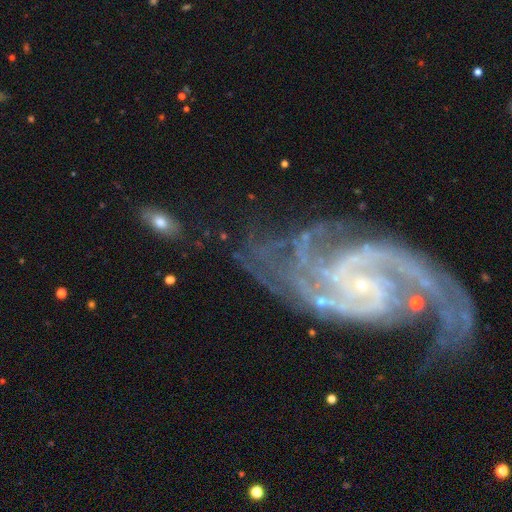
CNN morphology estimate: smooth-or-featured: featured or disk: 92% | star or artifact: 5% | smooth: 3%
  disk-edge-on: no: 98% | yes: 2%
    bar: no: 57% | weak: 31% | strong: 12%
    has-spiral-arms: yes: 98% | no: 2%
      spiral-winding: medium: 47% | tight: 38% | loose: 14%
      spiral-arm-count: 2: 41% | 3: 17% | can't tell: 14% | 4: 11% | more than 4: 9% | 1: 8%
    bulge-size: small: 87% | moderate: 7% | none: 3% | large: 1% | dominant: 1%
  merging: none: 55% | minor disturbance: 22% | major disturbance: 17% | merger: 6%